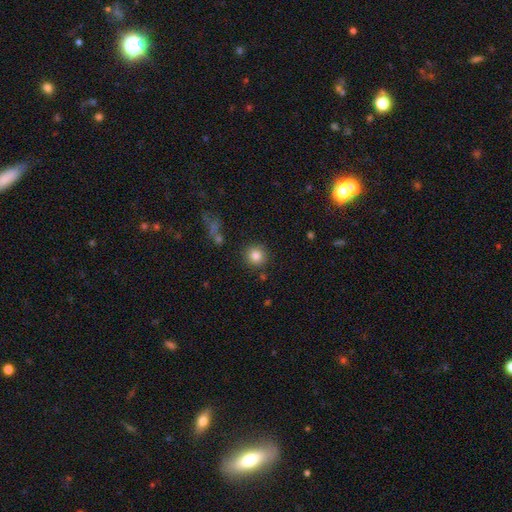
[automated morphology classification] Smooth or featured: smooth — 83% (star or artifact — 10%)
How rounded: round — 94% (in between — 5%)
Merging: none — 87% (minor disturbance — 7%)